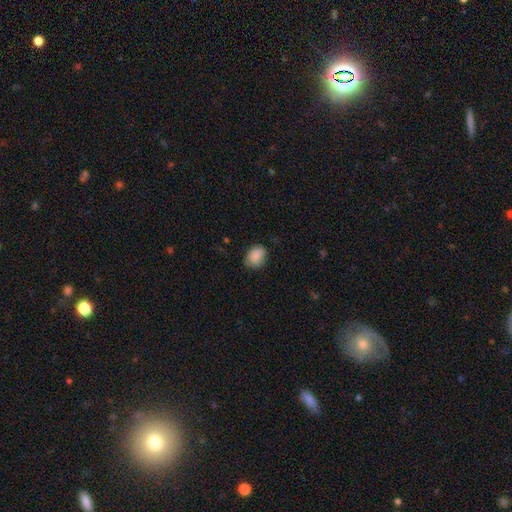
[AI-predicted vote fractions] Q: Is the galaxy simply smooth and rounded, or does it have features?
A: smooth — 88%.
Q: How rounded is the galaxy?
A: in between — 66%.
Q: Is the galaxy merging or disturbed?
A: none — 72%.